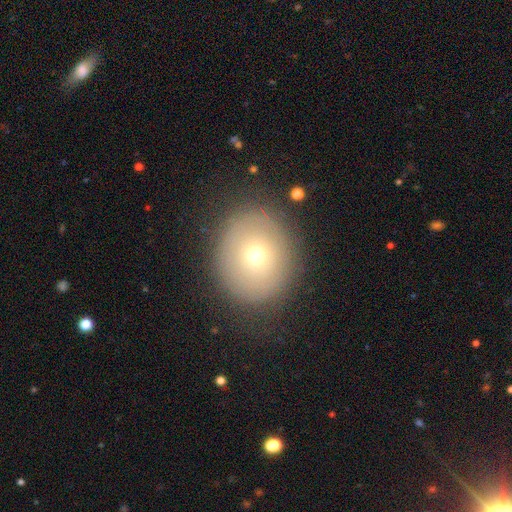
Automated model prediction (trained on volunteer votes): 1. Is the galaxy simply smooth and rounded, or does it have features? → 64% smooth, 23% featured or disk, 13% star or artifact.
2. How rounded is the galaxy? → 74% round, 25% in between, 1% cigar-shaped.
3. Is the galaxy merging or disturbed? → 82% none, 11% minor disturbance, 5% major disturbance, 1% merger.